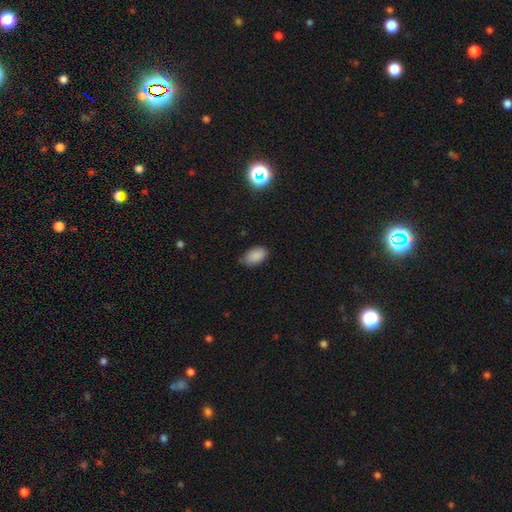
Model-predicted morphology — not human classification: Q: Smooth or featured?
A: smooth (87%); runner-up: star or artifact (9%)
Q: How rounded?
A: in between (93%); runner-up: round (6%)
Q: Merging?
A: none (77%); runner-up: minor disturbance (18%)